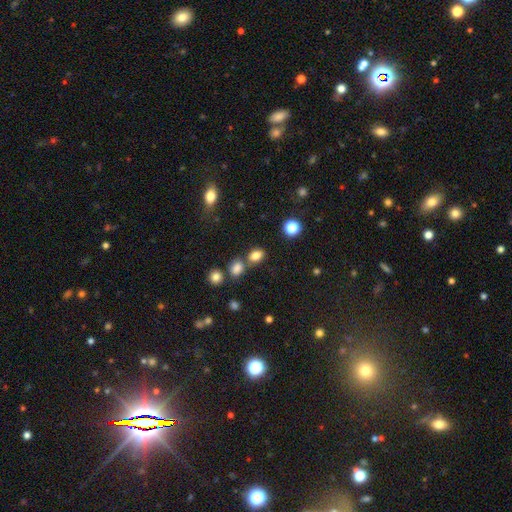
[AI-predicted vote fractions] The model was most divided on "merging": none: 63%, merger: 21%, minor disturbance: 12%, major disturbance: 4%. More confident: smooth or featured — smooth (81%); how rounded — in between (75%).